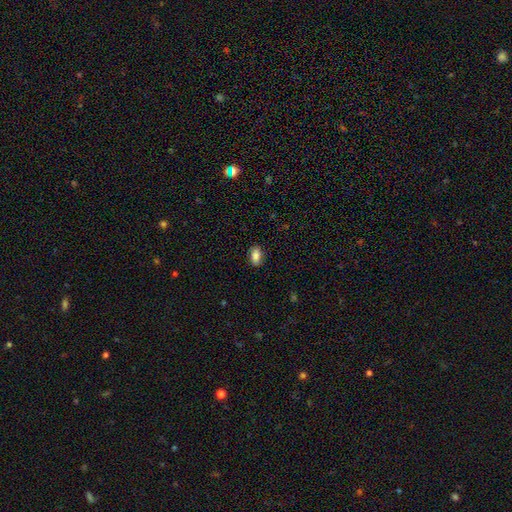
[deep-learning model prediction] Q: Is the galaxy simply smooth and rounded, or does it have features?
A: smooth — 83%.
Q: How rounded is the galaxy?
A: in between — 89%.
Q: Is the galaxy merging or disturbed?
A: none — 87%.